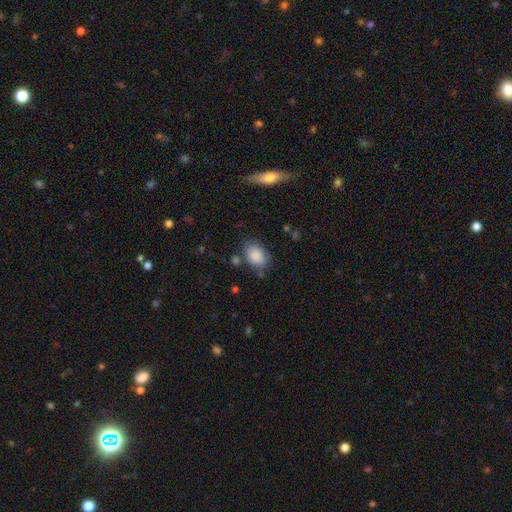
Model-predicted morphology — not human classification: smooth-or-featured: smooth: 87% | star or artifact: 7% | featured or disk: 5%
  how-rounded: in between: 78% | round: 20% | cigar-shaped: 1%
  merging: none: 71% | minor disturbance: 18% | major disturbance: 6% | merger: 5%